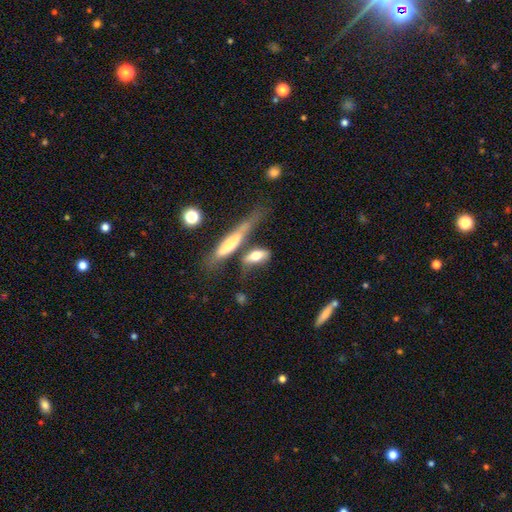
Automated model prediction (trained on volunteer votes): smooth-or-featured: smooth: 63% | featured or disk: 30% | star or artifact: 7%
  how-rounded: in between: 58% | cigar-shaped: 36% | round: 6%
  merging: none: 42% | merger: 29% | minor disturbance: 18% | major disturbance: 11%